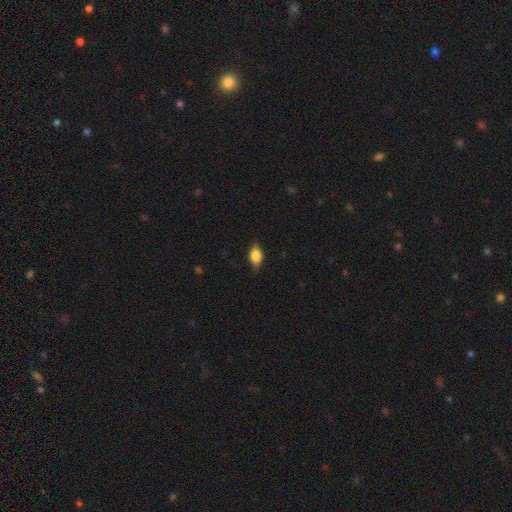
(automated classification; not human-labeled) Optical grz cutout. It shows a smooth galaxy with no disk features (77%) that is in between round and cigar-shaped (85%). Merging: none (79%).